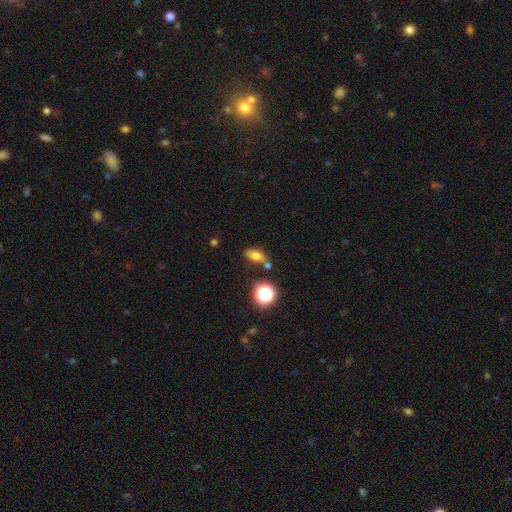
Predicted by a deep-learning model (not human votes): This appears to be a smooth galaxy with no disk features (70%) that is in between round and cigar-shaped (71%). Merging: none (70%).